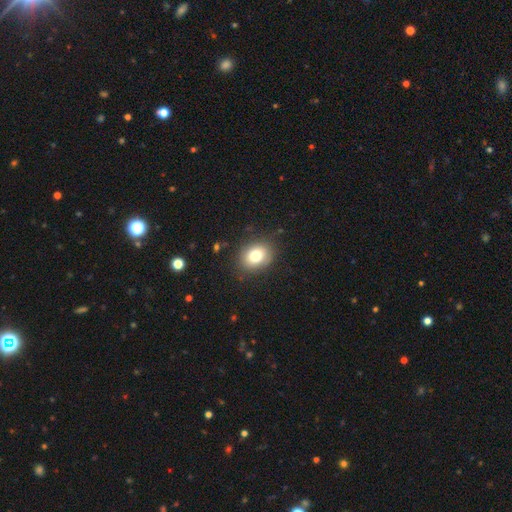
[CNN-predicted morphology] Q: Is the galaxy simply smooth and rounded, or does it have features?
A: smooth — 78%.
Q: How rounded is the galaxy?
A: in between — 53%.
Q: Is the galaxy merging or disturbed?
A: none — 85%.